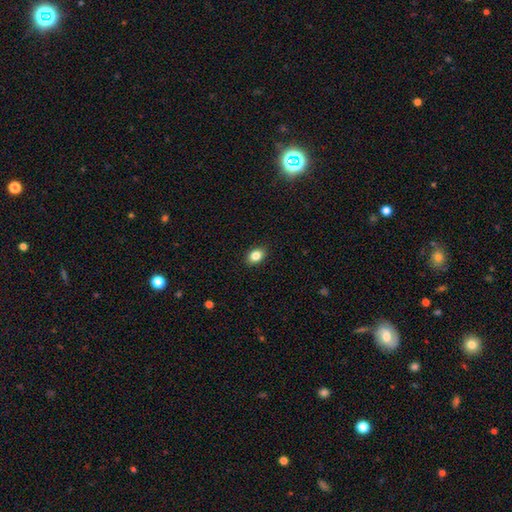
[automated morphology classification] smooth_or_featured: smooth (p=0.85) [alt: star or artifact p=0.09]
how_rounded: in between (p=0.74) [alt: round p=0.25]
merging: none (p=0.90) [alt: minor disturbance p=0.07]